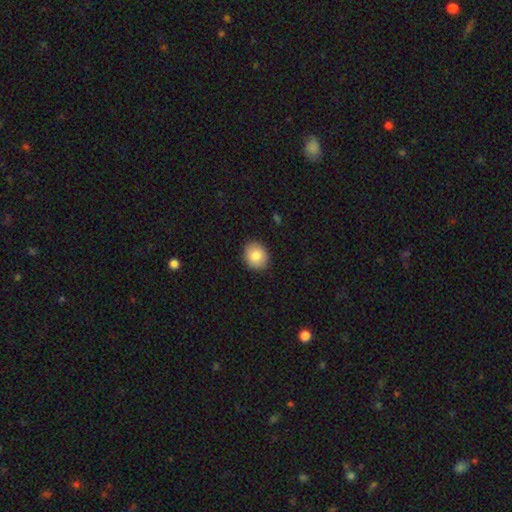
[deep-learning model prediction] Smooth or featured? Predicted: smooth (p=0.83). How rounded? Predicted: round (p=0.65). Merging? Predicted: none (p=0.89).